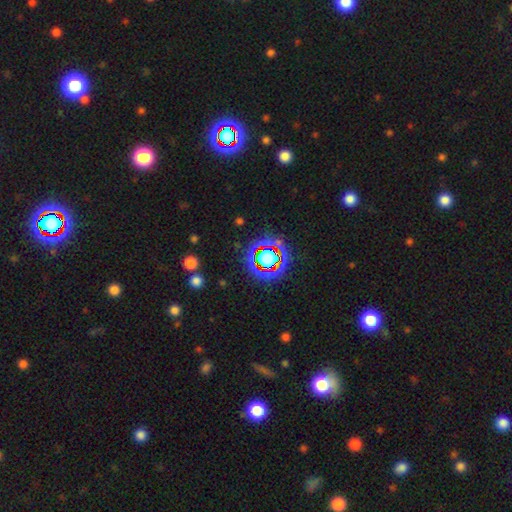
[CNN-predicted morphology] Overall: star or artifact (75%).